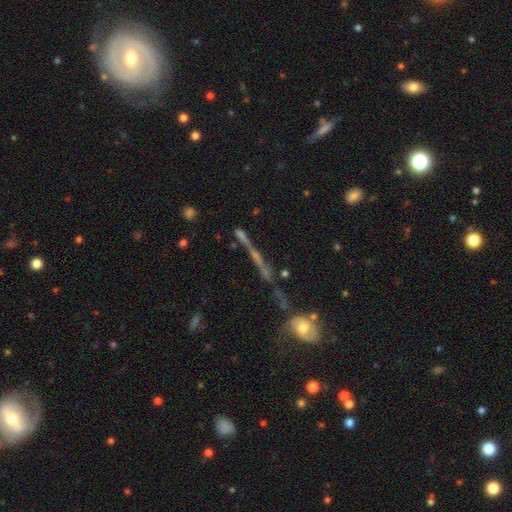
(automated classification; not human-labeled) The model was most divided on "merging": none: 53%, merger: 18%, minor disturbance: 15%, major disturbance: 15%. More confident: edge-on disk — yes (74%); smooth or featured — featured or disk (58%).